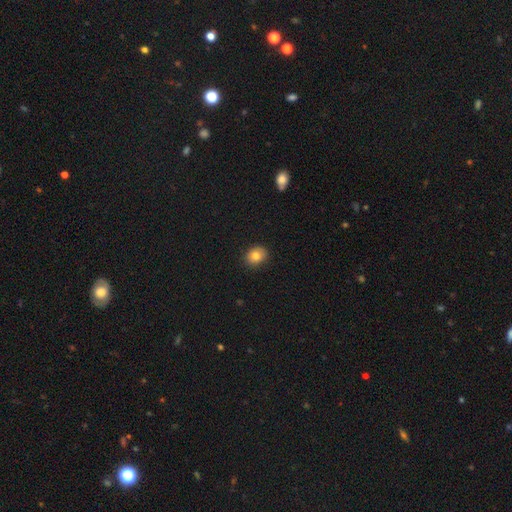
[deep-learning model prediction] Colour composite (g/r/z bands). It shows a smooth galaxy with no disk features (81%) that is round (57%). Merging: none (87%).